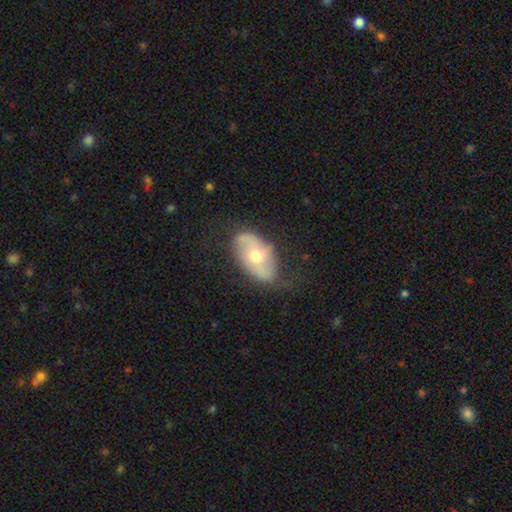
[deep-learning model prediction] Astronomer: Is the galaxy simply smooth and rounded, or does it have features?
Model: featured or disk — 65%.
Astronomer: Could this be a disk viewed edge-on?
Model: no — 92%.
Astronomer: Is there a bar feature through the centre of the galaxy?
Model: no — 61%.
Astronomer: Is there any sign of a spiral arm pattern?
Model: yes — 72%.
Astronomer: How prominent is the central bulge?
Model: moderate — 67%.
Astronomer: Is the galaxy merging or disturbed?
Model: none — 67%.